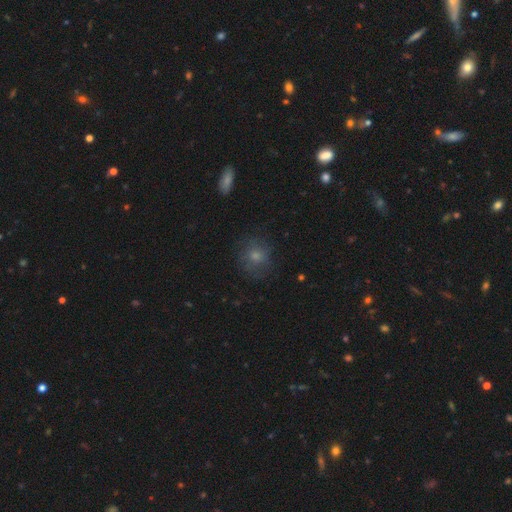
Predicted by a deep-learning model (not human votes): This appears to be a smooth galaxy with no disk features (56%) that is round (83%). Merging: none (79%).